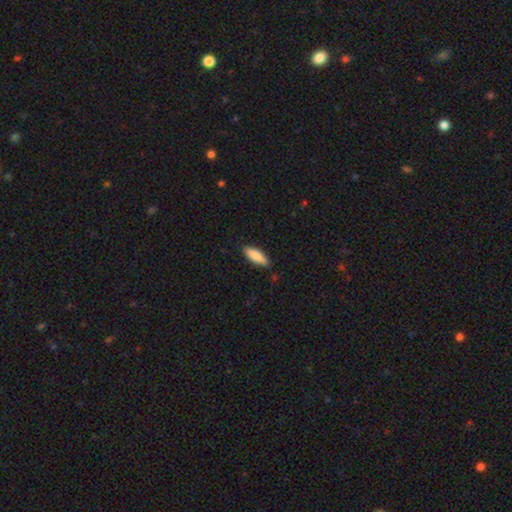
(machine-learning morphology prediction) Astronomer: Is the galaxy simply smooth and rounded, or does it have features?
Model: smooth — 86%.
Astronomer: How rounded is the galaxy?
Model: in between — 56% (runner-up: cigar-shaped, 42%).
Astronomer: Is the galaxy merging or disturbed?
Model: none — 84%.